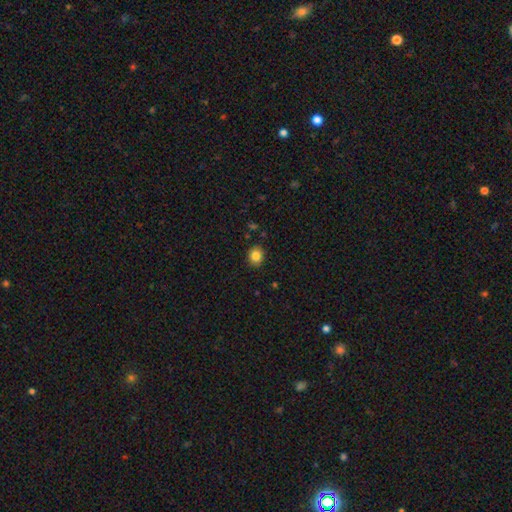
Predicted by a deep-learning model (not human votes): This is clearly a smooth galaxy (84%). How rounded: likely round (64%). Merging: clearly none (89%).